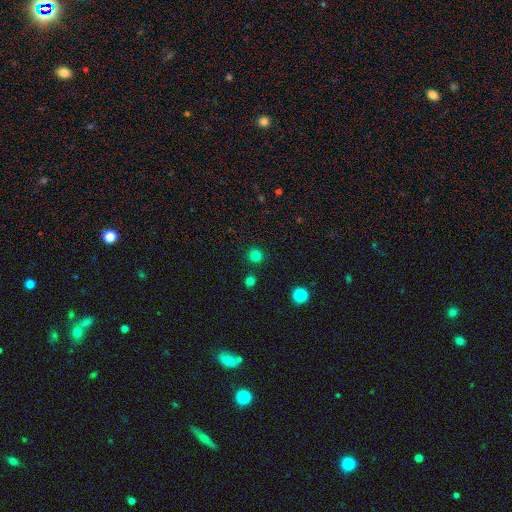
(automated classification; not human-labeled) The model was most divided on "smooth or featured": smooth: 80%, star or artifact: 16%, featured or disk: 4%. More confident: how rounded — round (94%); merging — none (89%).